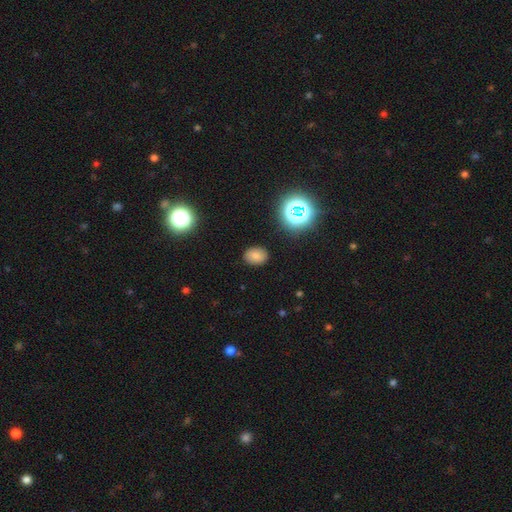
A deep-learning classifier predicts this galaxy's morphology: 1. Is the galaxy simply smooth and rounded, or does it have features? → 74% smooth, 17% star or artifact, 9% featured or disk.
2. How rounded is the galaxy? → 65% in between, 34% round, 1% cigar-shaped.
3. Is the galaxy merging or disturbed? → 86% none, 10% minor disturbance, 3% major disturbance, 1% merger.